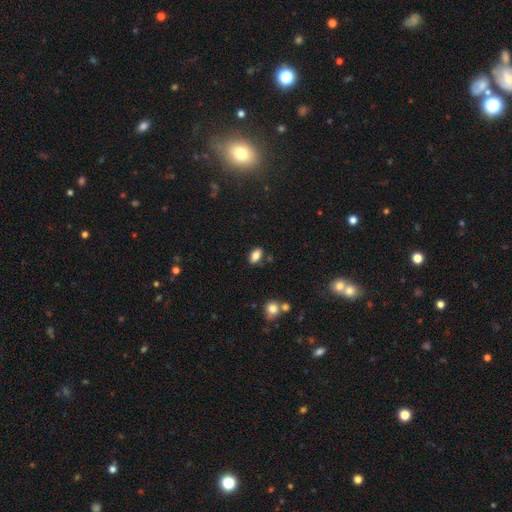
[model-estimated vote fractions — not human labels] Overall: smooth (84%). How rounded: in between (89%). Merging: none (83%).